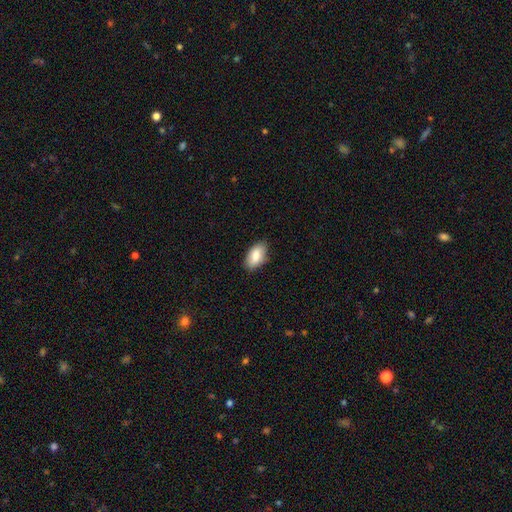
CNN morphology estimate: Smooth or featured: smooth — 82% (featured or disk — 11%)
How rounded: in between — 93% (round — 4%)
Merging: none — 82% (minor disturbance — 14%)